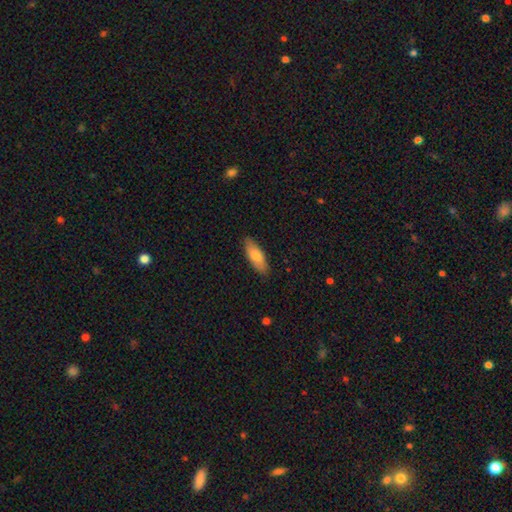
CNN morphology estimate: This is likely a smooth galaxy (78%). How rounded: likely in between (68%). Merging: clearly none (87%).